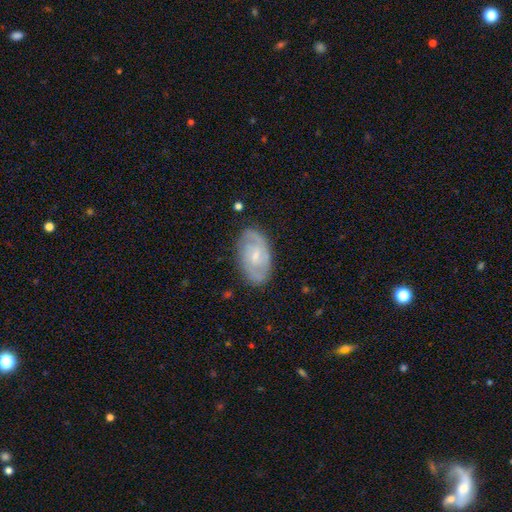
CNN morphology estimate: Smooth or featured?
  - featured or disk: 75% *
  - smooth: 19%
  - star or artifact: 5%
Edge-on disk?
  - no: 96% *
  - yes: 4%
Bar?
  - weak: 51% *
  - no: 40%
  - strong: 9%
Spiral arms?
  - yes: 91% *
  - no: 9%
Spiral winding?
  - tight: 48% *
  - medium: 41%
  - loose: 11%
Spiral arm count?
  - 2: 74% *
  - can't tell: 15%
  - 3: 5%
  - 1: 3%
  - 4: 2%
  - more than 4: 2%
Bulge size?
  - small: 58% *
  - moderate: 33%
  - none: 6%
  - large: 2%
  - dominant: 1%
Merging?
  - none: 82% *
  - minor disturbance: 14%
  - major disturbance: 3%
  - merger: 1%